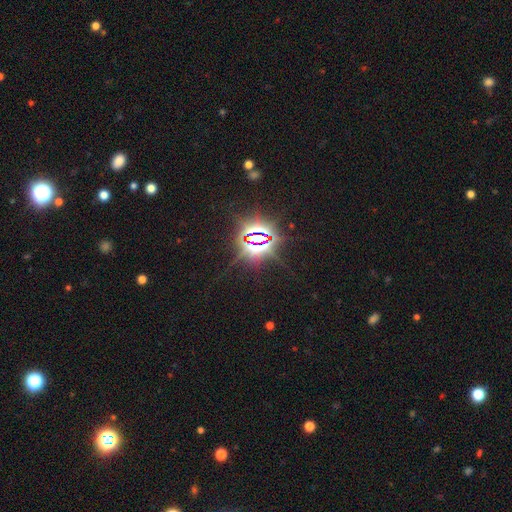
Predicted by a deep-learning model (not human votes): Smooth or featured: star or artifact — 84% (smooth — 9%)